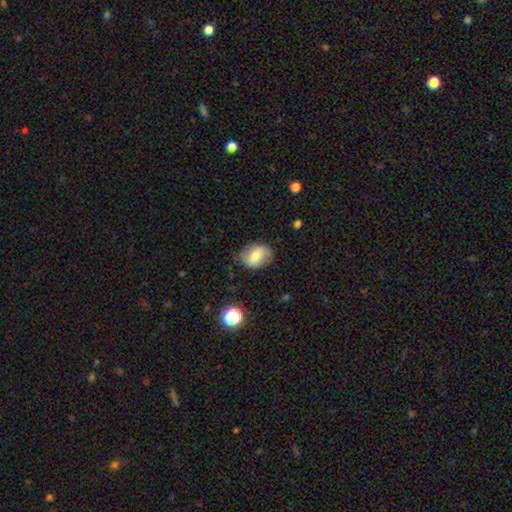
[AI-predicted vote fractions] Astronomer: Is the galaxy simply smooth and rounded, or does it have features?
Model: smooth — 65%.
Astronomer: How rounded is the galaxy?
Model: in between — 67%.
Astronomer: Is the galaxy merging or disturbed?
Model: none — 69%.